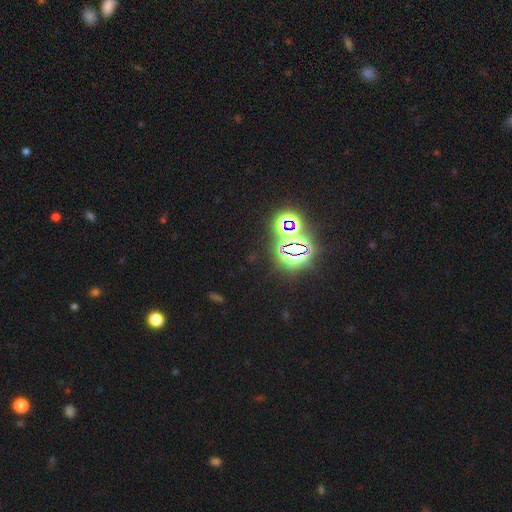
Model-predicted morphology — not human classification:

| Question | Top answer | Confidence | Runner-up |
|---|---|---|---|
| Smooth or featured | star or artifact | 80% | smooth (12%) |